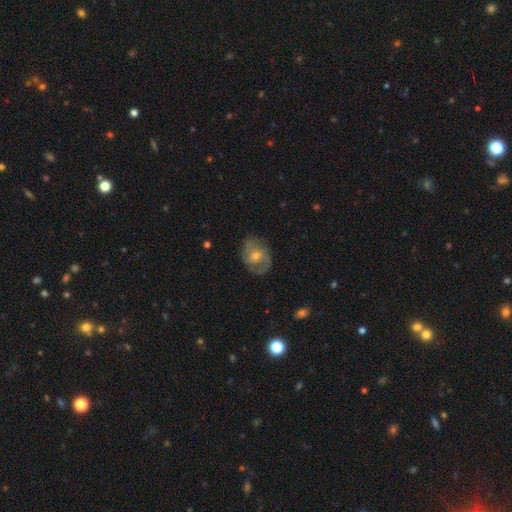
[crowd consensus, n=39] Morphology: type=featured or disk (77%); edge-on=no (93%); bar=no (54%); spiral arms=yes (93%); winding=medium (65%); arm count=2 (96%); bulge=small (50%); merging=none (94%).